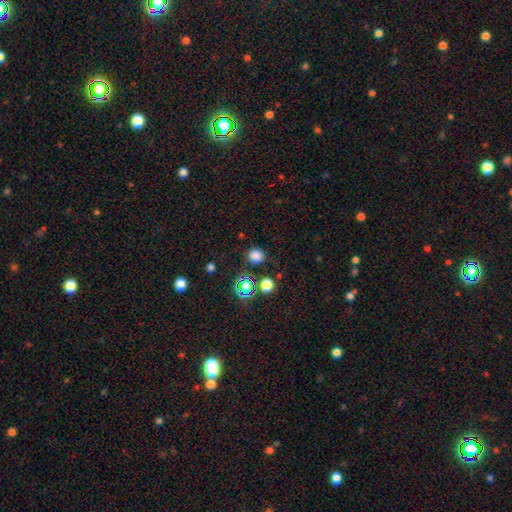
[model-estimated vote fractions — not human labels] This appears to be a smooth galaxy with no disk features (76%) that is round (90%). Merging: none (83%).